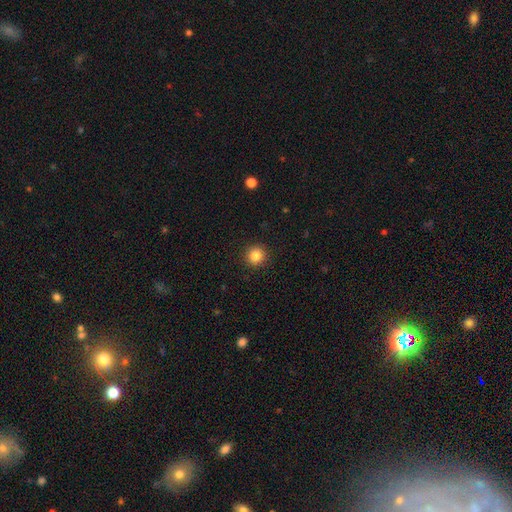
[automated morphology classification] Overall: smooth (85%). How rounded: round (94%). Merging: none (92%).